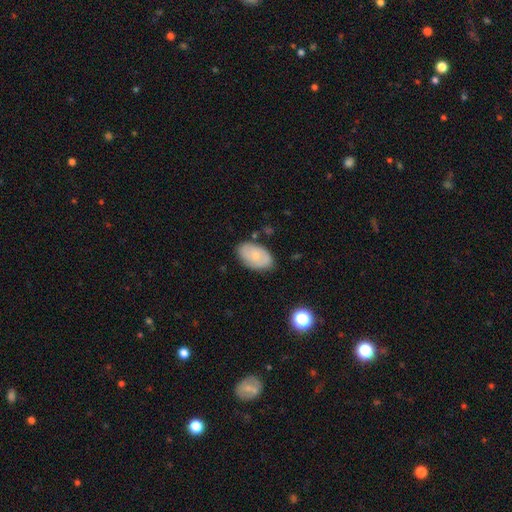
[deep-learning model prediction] Smooth or featured?
  - smooth: 60% *
  - featured or disk: 33%
  - star or artifact: 7%
How rounded?
  - in between: 91% *
  - round: 8%
  - cigar-shaped: 1%
Merging?
  - none: 77% *
  - minor disturbance: 17%
  - major disturbance: 4%
  - merger: 2%